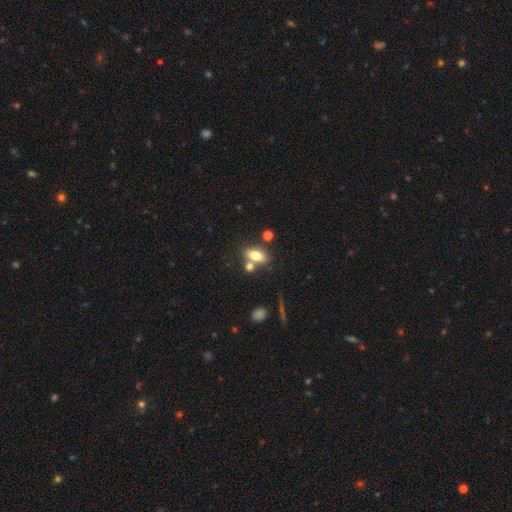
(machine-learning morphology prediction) Smooth or featured? smooth (74%)
How rounded? in between (83%)
Merging? none (58%)